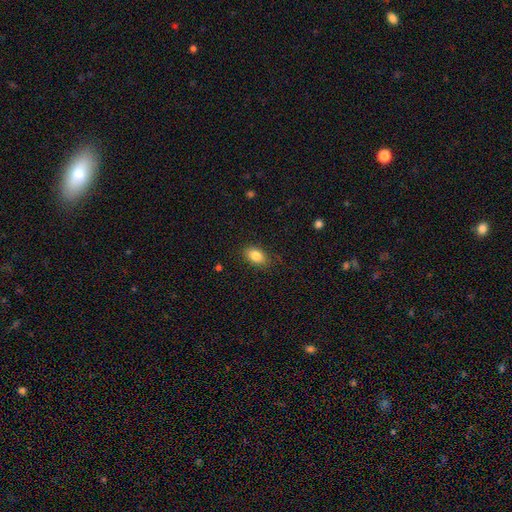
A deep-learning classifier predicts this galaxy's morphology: smooth-or-featured: smooth: 85% | star or artifact: 8% | featured or disk: 7%
  how-rounded: in between: 87% | round: 11% | cigar-shaped: 2%
  merging: none: 83% | minor disturbance: 13% | major disturbance: 3% | merger: 1%